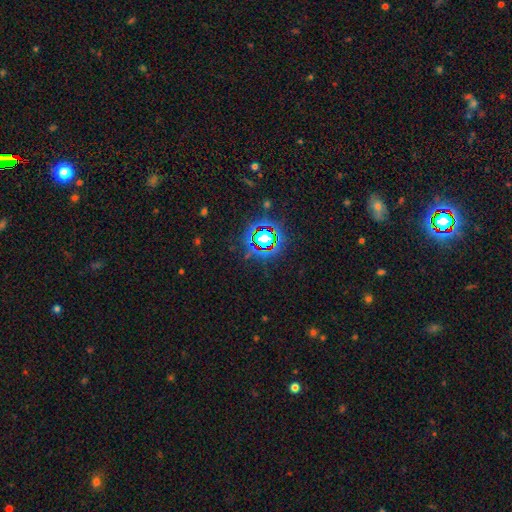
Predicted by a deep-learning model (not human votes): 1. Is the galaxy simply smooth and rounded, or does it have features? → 80% star or artifact, 12% smooth, 8% featured or disk.